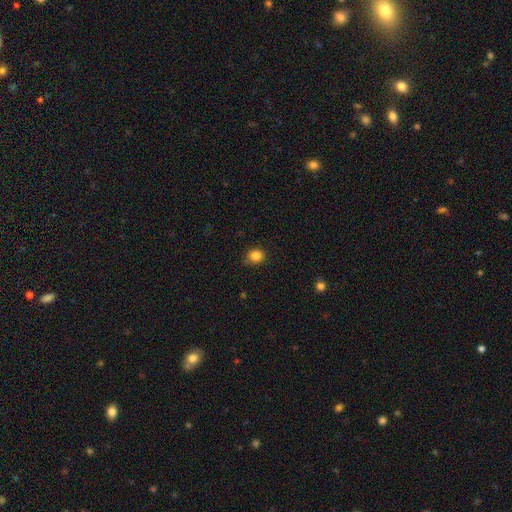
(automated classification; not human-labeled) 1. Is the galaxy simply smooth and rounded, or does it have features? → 85% smooth, 11% star or artifact, 4% featured or disk.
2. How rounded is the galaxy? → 78% round, 22% in between, 1% cigar-shaped.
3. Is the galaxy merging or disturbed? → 78% none, 17% minor disturbance, 3% major disturbance, 2% merger.